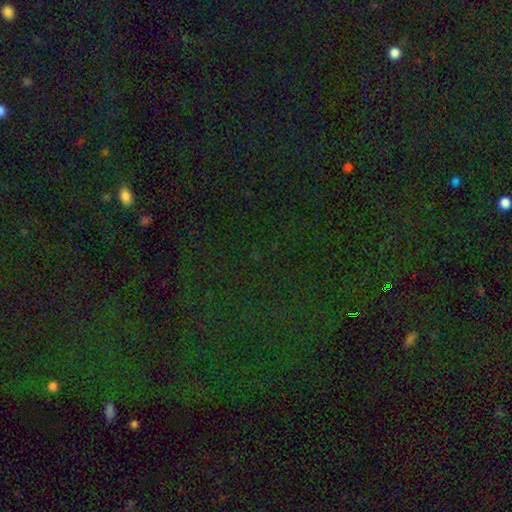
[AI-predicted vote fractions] The model was most divided on "smooth or featured": star or artifact: 82%, smooth: 11%, featured or disk: 7%.